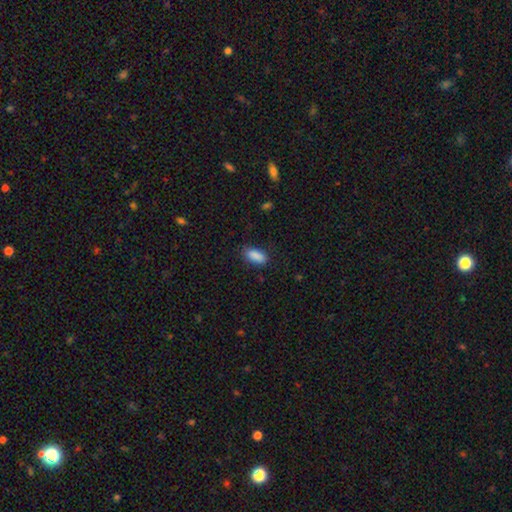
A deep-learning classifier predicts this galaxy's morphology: This appears to be a smooth galaxy with no disk features (89%) that is in between round and cigar-shaped (85%). Merging: none (82%).